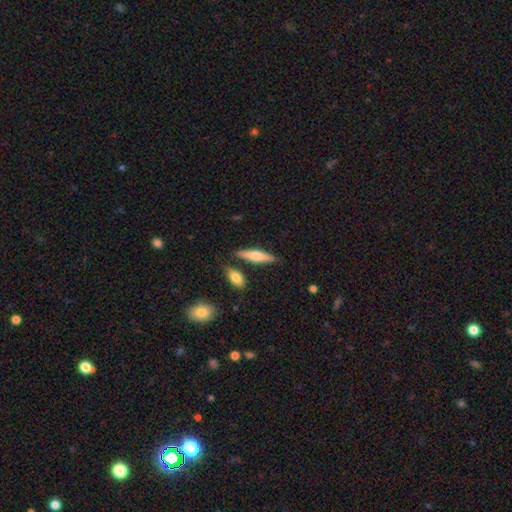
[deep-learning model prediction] This appears to be a smooth galaxy with no disk features (59%) that is cigar-shaped (77%). Merging: none (80%).